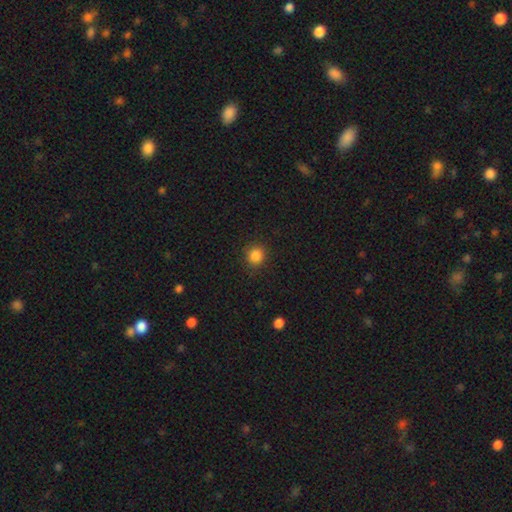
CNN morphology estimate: smooth-or-featured: smooth: 86% | star or artifact: 11% | featured or disk: 3%
  how-rounded: round: 89% | in between: 11% | cigar-shaped: 1%
  merging: none: 88% | minor disturbance: 9% | major disturbance: 3% | merger: 1%